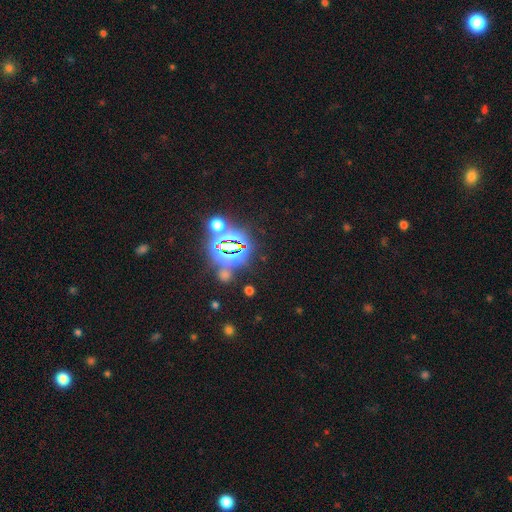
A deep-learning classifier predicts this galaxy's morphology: Smooth or featured: star or artifact — 86% (smooth — 9%)